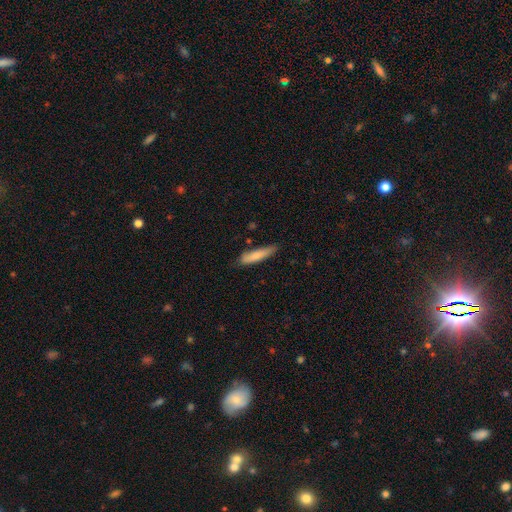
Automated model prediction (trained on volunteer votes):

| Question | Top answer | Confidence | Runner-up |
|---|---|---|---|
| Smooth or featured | smooth | 78% | featured or disk (16%) |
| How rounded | cigar-shaped | 79% | in between (19%) |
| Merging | none | 74% | minor disturbance (21%) |